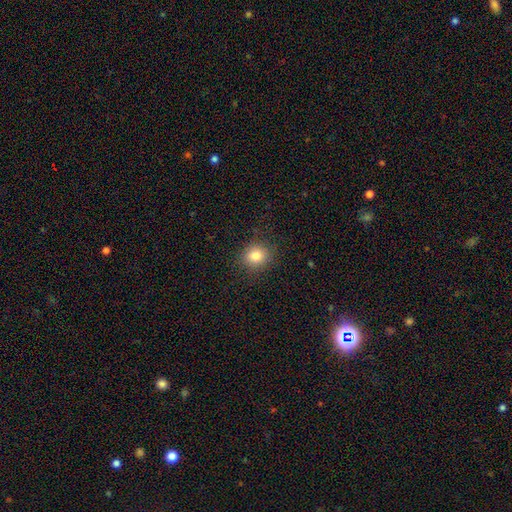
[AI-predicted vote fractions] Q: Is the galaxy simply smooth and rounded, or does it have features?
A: smooth — 81%.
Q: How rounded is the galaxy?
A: round — 80%.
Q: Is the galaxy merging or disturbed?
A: none — 88%.